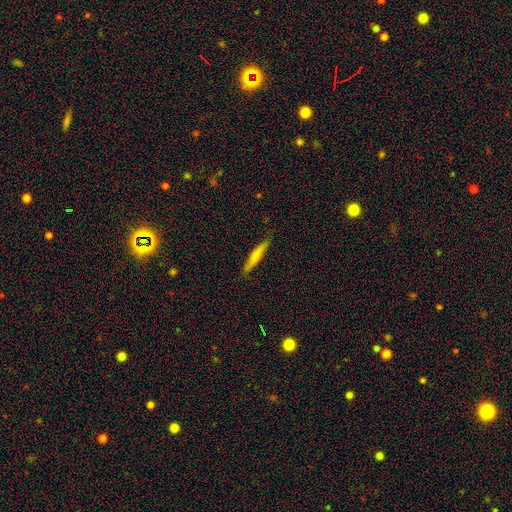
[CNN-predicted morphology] Smooth or featured: smooth — 64% (featured or disk — 30%)
How rounded: cigar-shaped — 93% (in between — 5%)
Merging: none — 86% (minor disturbance — 11%)